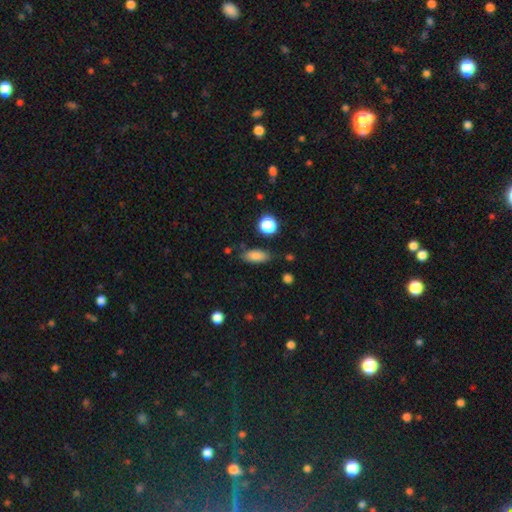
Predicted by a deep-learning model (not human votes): Overall: smooth (83%). How rounded: in between (81%). Merging: none (79%).